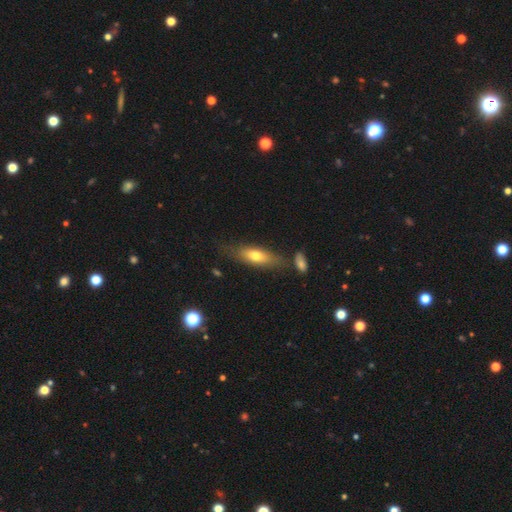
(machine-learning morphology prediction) Overall: smooth (66%; featured or disk 27%). How rounded: in between (57%; cigar-shaped 40%). Merging: none (68%).